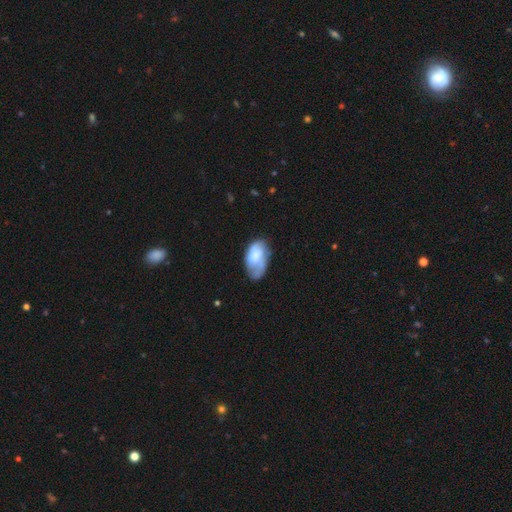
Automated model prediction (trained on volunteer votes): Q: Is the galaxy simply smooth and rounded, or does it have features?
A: smooth — 54%.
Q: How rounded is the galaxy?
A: in between — 93%.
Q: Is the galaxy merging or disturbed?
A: none — 45%.